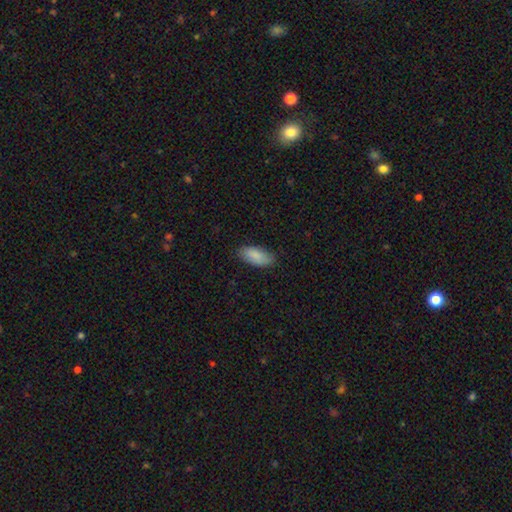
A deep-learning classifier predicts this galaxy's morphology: The model was most divided on "merging": none: 80%, minor disturbance: 16%, major disturbance: 3%, merger: 1%. More confident: how rounded — in between (91%); smooth or featured — smooth (87%).